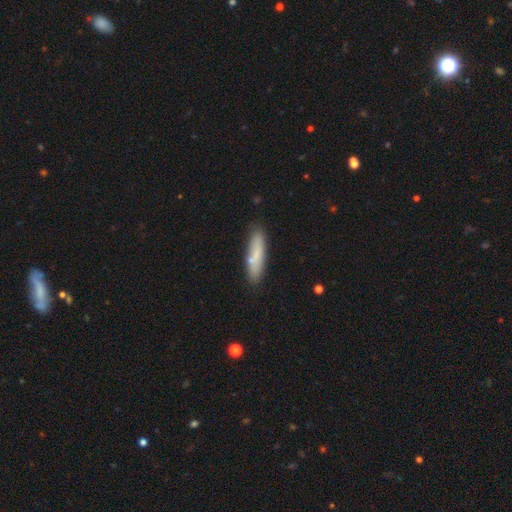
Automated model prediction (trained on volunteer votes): Smooth or featured?
  - smooth: 73% *
  - featured or disk: 20%
  - star or artifact: 7%
How rounded?
  - cigar-shaped: 74% *
  - in between: 24%
  - round: 2%
Merging?
  - none: 78% *
  - minor disturbance: 14%
  - merger: 5%
  - major disturbance: 3%